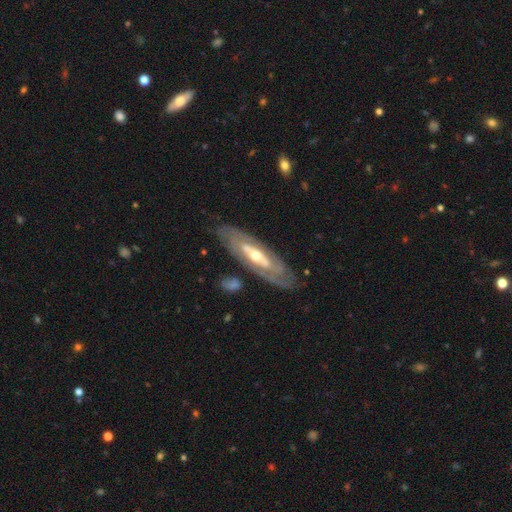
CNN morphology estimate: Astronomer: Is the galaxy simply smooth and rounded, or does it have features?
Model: featured or disk — 78%.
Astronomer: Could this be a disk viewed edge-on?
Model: no — 78%.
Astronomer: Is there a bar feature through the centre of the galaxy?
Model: no — 52%.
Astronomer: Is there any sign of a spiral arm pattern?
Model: yes — 60% (runner-up: no, 40%).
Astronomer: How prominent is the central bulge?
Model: moderate — 59% (runner-up: small, 35%).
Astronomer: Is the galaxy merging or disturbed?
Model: none — 79%.